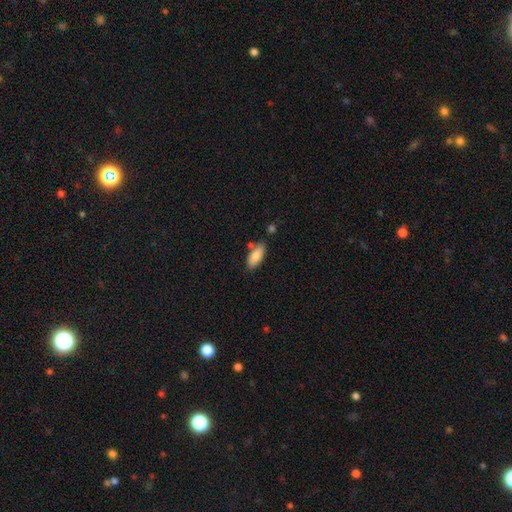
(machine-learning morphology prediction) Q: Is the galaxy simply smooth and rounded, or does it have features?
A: smooth — 83%.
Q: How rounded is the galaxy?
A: in between — 84%.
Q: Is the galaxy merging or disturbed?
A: none — 73%.